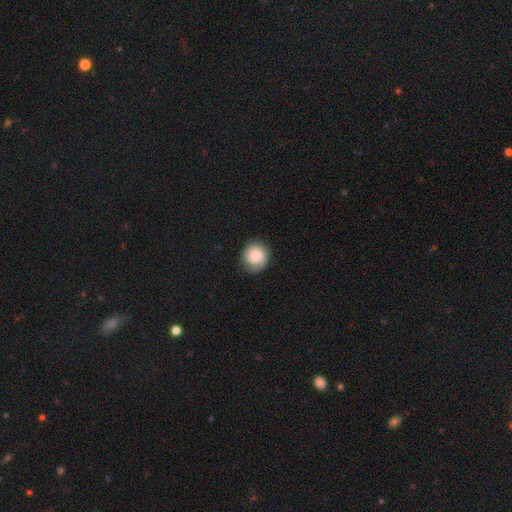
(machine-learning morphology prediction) The model was most divided on "smooth or featured": smooth: 73%, featured or disk: 19%, star or artifact: 8%. More confident: how rounded — round (86%); merging — none (81%).